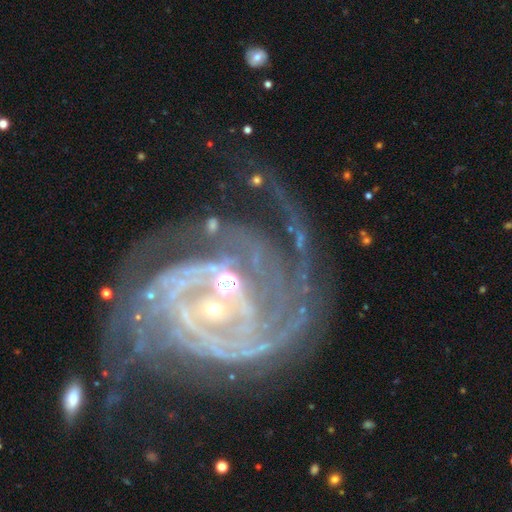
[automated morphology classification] This appears to be a featured or disk galaxy (89%) with no bar (56%), 2 (29%) tight (61%) spiral arms (97%) and a small central bulge (65%). Merging: none (52%).